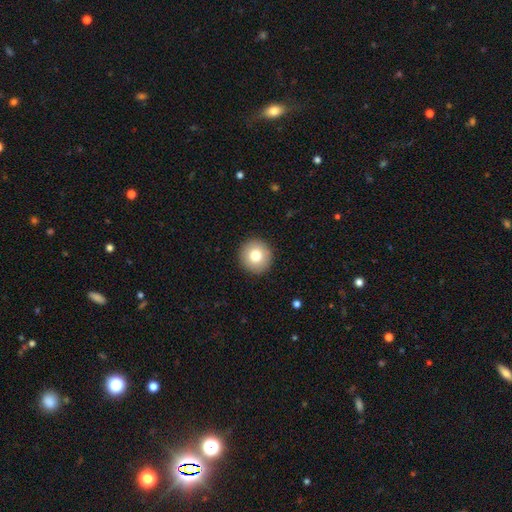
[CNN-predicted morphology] Smooth or featured?
  - smooth: 77% *
  - featured or disk: 13%
  - star or artifact: 9%
How rounded?
  - round: 95% *
  - in between: 4%
  - cigar-shaped: 1%
Merging?
  - none: 92% *
  - minor disturbance: 5%
  - major disturbance: 2%
  - merger: 1%